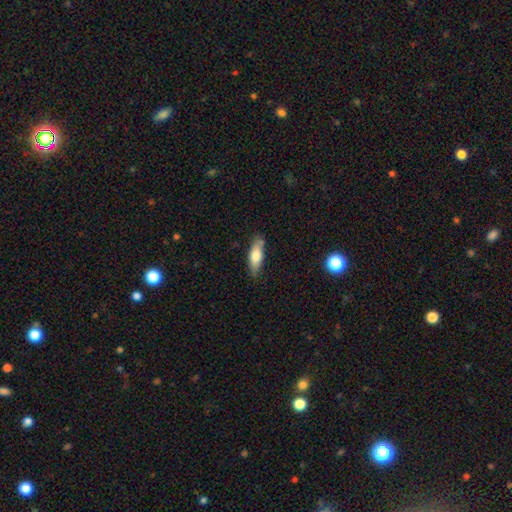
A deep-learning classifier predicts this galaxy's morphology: A smooth galaxy with no disk features (70%) that is in between round and cigar-shaped (63%).

Vote fractions:
- Smooth or featured? smooth: 70% / featured or disk: 23% / star or artifact: 6%
- How rounded? in between: 63% / cigar-shaped: 35% / round: 2%
- Merging? none: 75% / minor disturbance: 19% / major disturbance: 3% / merger: 3%